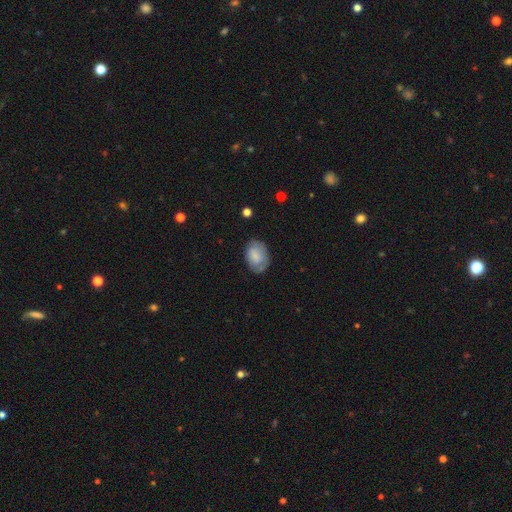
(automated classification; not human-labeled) A smooth galaxy with no disk features (71%) that is in between round and cigar-shaped (82%). Merging: none (68%).